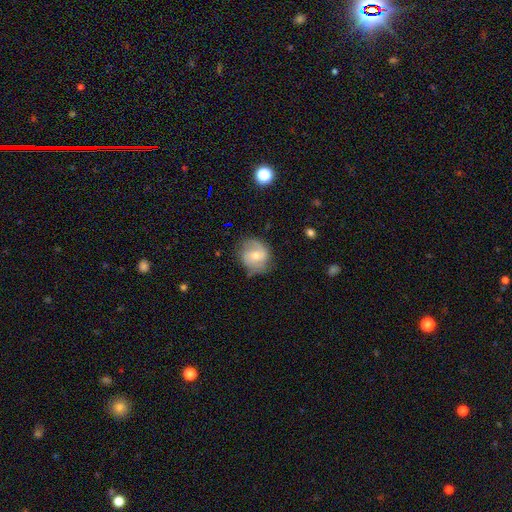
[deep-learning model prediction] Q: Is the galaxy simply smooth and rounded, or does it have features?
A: featured or disk — 59%.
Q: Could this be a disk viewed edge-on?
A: no — 97%.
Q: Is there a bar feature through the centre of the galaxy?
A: no — 51%.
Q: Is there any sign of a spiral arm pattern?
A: yes — 84%.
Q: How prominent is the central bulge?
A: moderate — 51%.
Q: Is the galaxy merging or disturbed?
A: none — 68%.